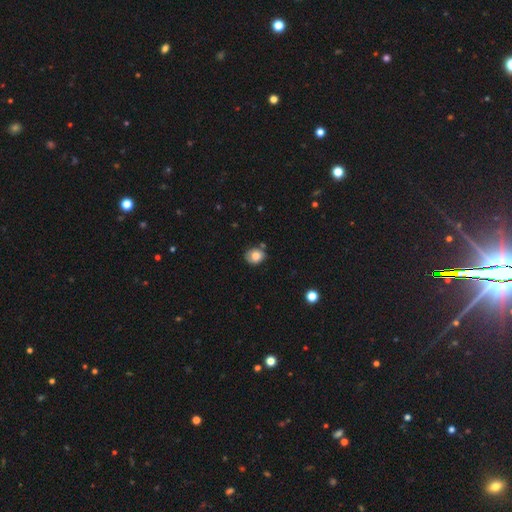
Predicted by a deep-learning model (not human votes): A smooth galaxy with no disk features (77%) that is round (61%). Merging: none (63%).